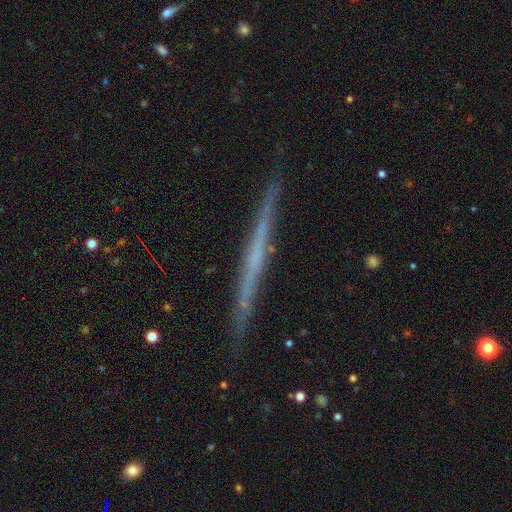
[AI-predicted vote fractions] featured or disk 66%, smooth 27%, star or artifact 7%. Down the decision tree: edge-on disk — yes (98%); edge-on bulge — none (86%); merging — none (91%).